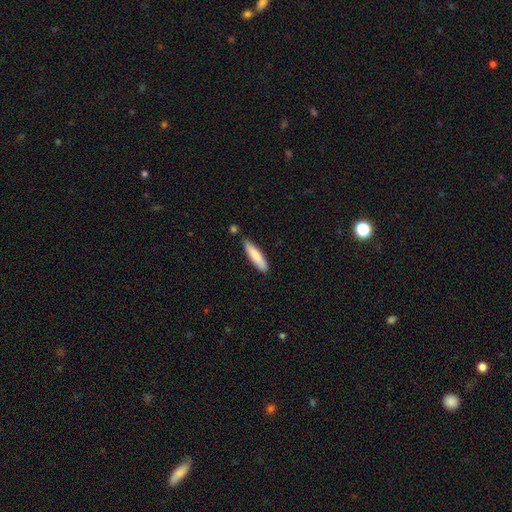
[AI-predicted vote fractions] smooth 81%, featured or disk 13%, star or artifact 5%. Down the decision tree: how rounded — cigar-shaped (81%); merging — none (80%).